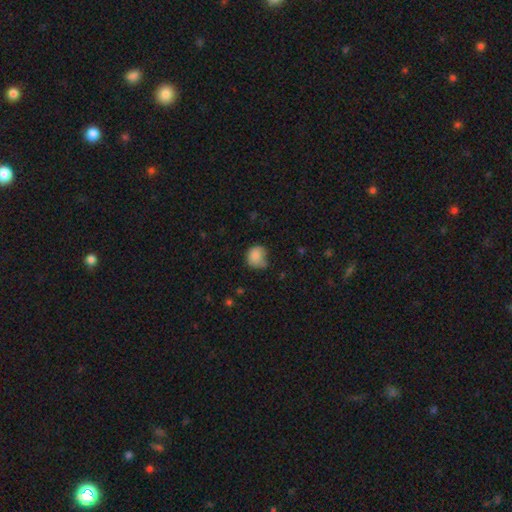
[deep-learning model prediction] Q: Smooth or featured?
A: smooth (84%); runner-up: star or artifact (9%)
Q: How rounded?
A: round (73%); runner-up: in between (27%)
Q: Merging?
A: none (50%); runner-up: minor disturbance (34%)